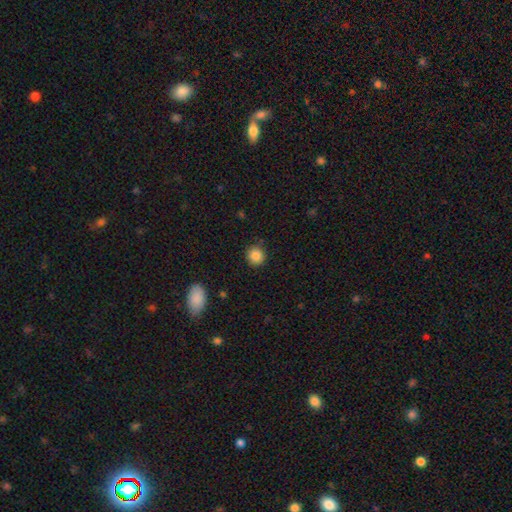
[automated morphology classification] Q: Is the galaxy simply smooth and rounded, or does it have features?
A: smooth — 85%.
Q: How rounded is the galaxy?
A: round — 91%.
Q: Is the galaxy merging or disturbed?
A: none — 89%.